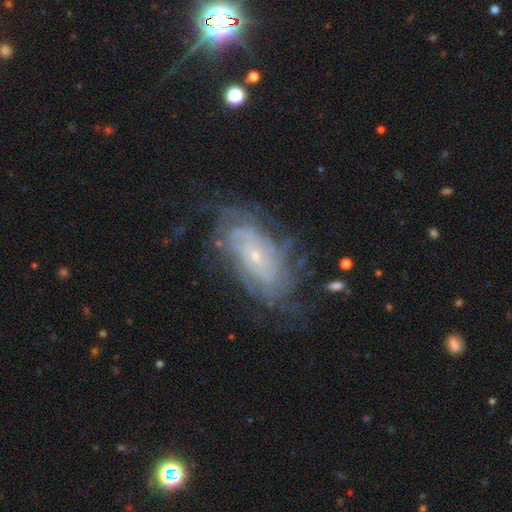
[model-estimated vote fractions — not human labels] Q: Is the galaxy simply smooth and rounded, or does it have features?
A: featured or disk — 82%.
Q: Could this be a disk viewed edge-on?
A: no — 94%.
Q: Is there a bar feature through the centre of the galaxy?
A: no — 74%.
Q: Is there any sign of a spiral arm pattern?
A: yes — 91%.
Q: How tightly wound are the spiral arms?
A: tight — 72%.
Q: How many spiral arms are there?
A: can't tell — 50%.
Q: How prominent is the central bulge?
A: small — 81%.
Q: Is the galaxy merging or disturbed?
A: none — 70%.